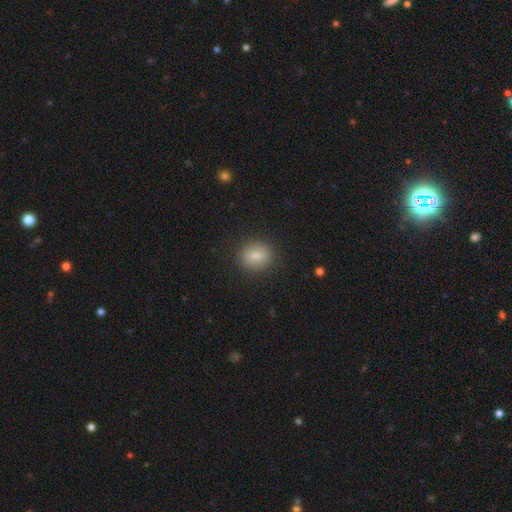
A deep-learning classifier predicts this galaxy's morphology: This appears to be a smooth galaxy with no disk features (81%) that is round (69%). Merging: none (87%).